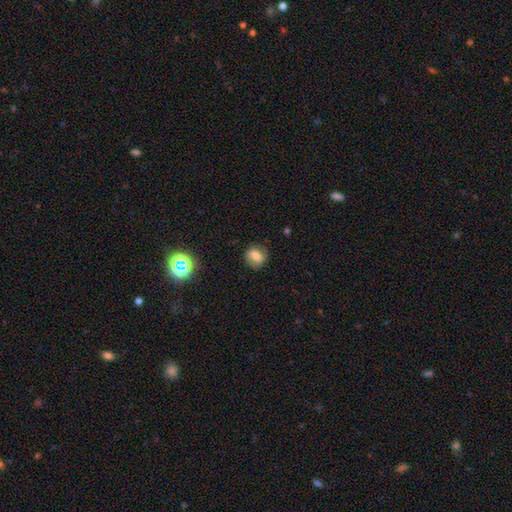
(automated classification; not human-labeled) Smooth or featured?
  - smooth: 62% *
  - featured or disk: 24%
  - star or artifact: 14%
How rounded?
  - round: 71% *
  - in between: 27%
  - cigar-shaped: 1%
Merging?
  - none: 82% *
  - minor disturbance: 13%
  - major disturbance: 4%
  - merger: 1%